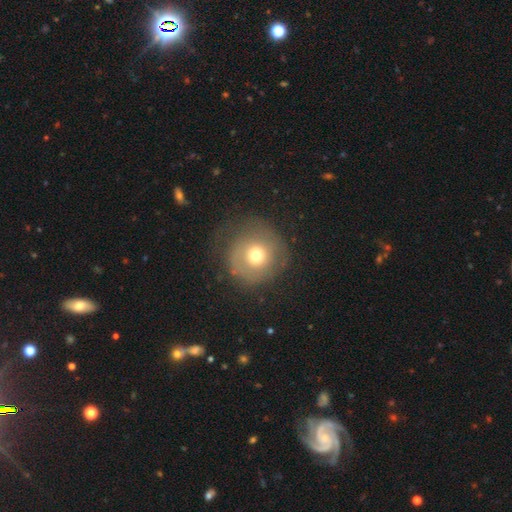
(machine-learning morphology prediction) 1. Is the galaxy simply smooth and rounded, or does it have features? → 59% smooth, 31% featured or disk, 10% star or artifact.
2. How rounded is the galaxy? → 92% round, 7% in between, 1% cigar-shaped.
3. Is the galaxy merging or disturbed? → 64% none, 20% minor disturbance, 15% major disturbance, 2% merger.